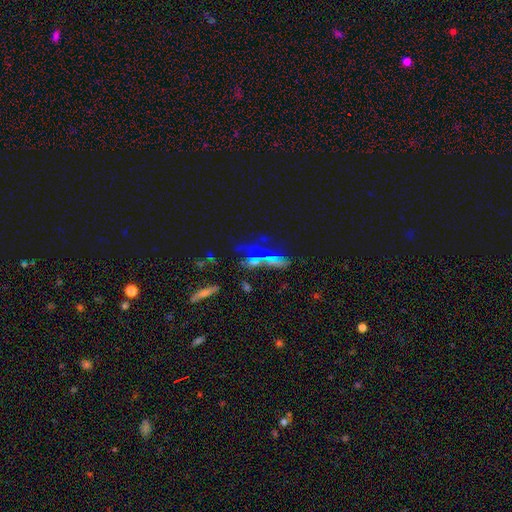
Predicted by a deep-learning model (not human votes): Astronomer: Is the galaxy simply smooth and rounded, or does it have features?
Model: star or artifact — 45% (runner-up: featured or disk, 29%).